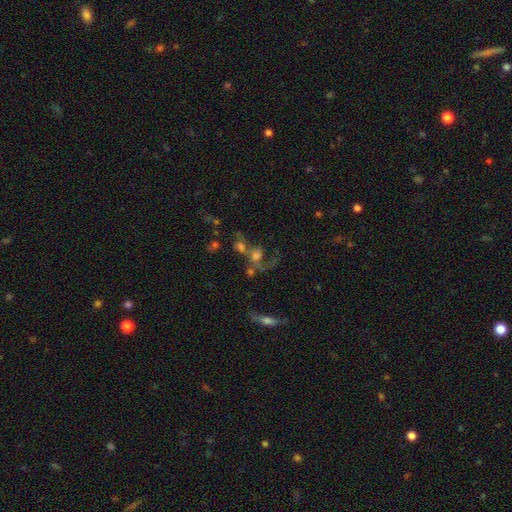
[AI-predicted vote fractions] A featured or disk galaxy (44%).

Vote fractions:
- Smooth or featured? featured or disk: 44% / smooth: 37% / star or artifact: 19%
- Merging? merger: 52% / none: 22% / major disturbance: 18% / minor disturbance: 8%